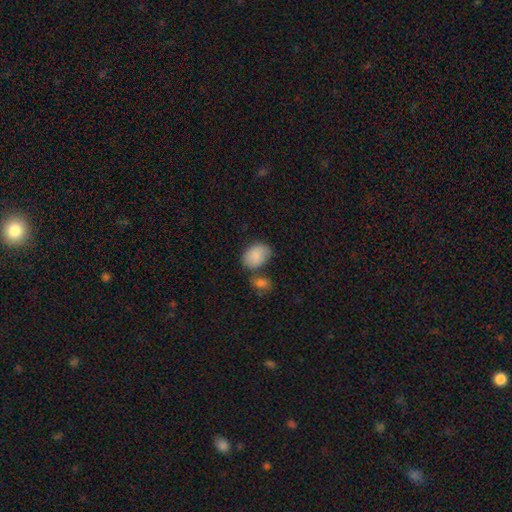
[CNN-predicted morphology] Smooth or featured: smooth — 86% (featured or disk — 7%)
How rounded: in between — 80% (round — 19%)
Merging: none — 49% (merger — 24%)